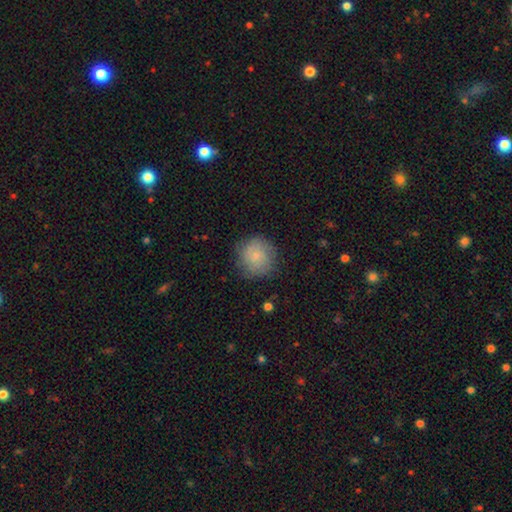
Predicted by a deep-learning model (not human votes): smooth 74%, featured or disk 18%, star or artifact 8%. Down the decision tree: how rounded — round (91%); merging — none (78%).